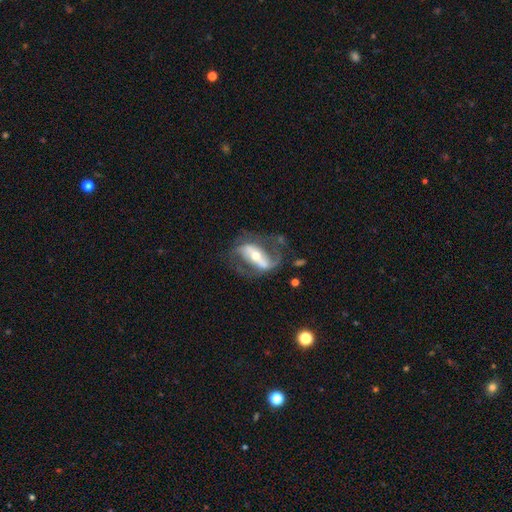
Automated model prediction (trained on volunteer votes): featured or disk 82%, smooth 12%, star or artifact 5%. Down the decision tree: edge-on disk — no (92%); bar — strong (62%); spiral arms — yes (85%); spiral arm count — 2 (83%); spiral winding — loose (42%); bulge size — moderate (53%); merging — none (56%).